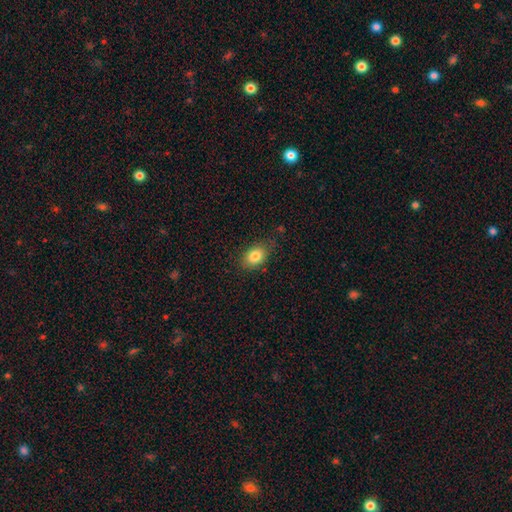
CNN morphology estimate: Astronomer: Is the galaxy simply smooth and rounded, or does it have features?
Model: smooth — 83%.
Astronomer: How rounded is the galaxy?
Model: in between — 77%.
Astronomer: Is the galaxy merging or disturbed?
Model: none — 77%.